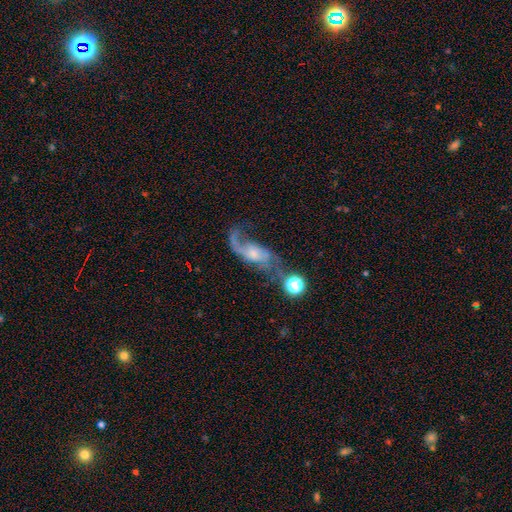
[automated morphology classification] A featured or disk galaxy (81%) with no bar (58%), 2 (78%) loose (68%) spiral arms (94%) and a small central bulge (43%). Merging: none (46%).